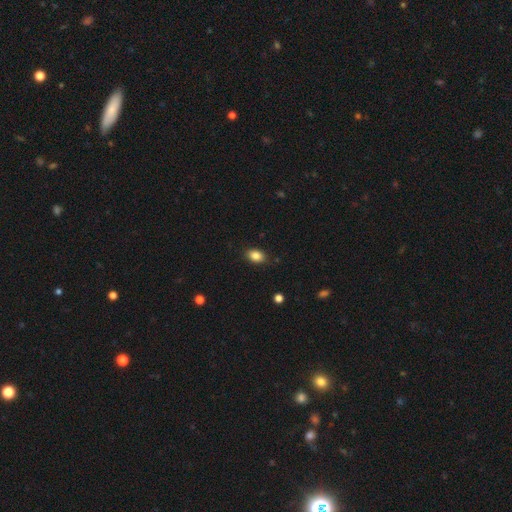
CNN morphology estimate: This is clearly a smooth galaxy (85%). How rounded: likely in between (79%). Merging: clearly none (86%).